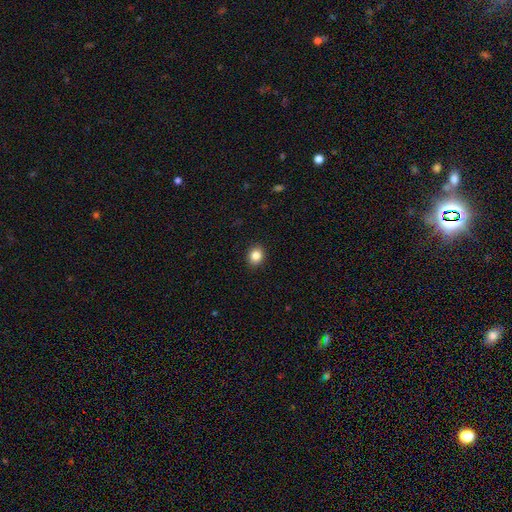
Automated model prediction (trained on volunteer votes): Morphology: type=smooth (85%); roundness=round (63%); merging=none (91%).